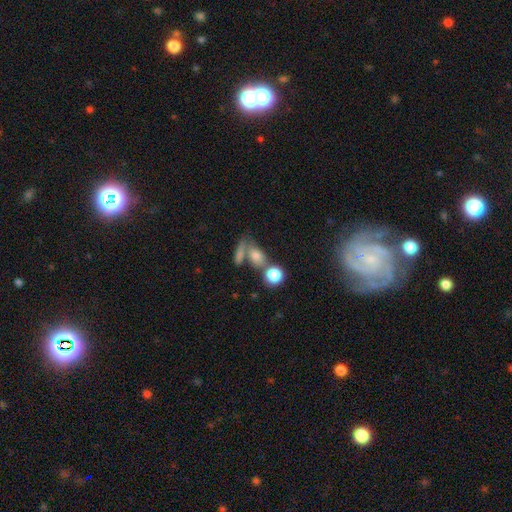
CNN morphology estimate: Smooth or featured? smooth (64%)
How rounded? in between (47%)
Merging? none (46%)